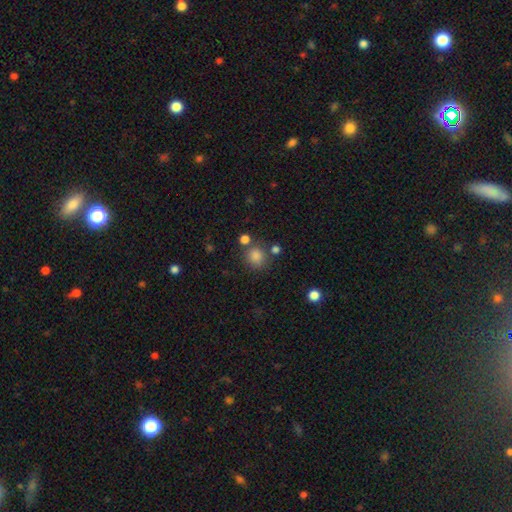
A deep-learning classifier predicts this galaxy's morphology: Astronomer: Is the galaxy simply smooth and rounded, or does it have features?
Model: smooth — 82%.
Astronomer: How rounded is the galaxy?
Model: round — 88%.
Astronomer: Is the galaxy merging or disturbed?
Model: none — 76%.